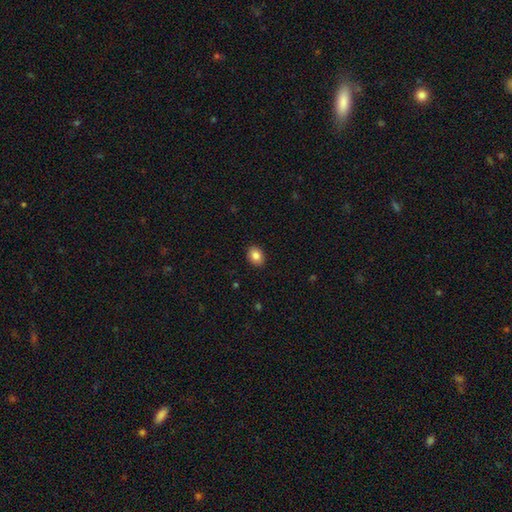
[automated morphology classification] This is clearly a smooth galaxy (85%). How rounded: likely in between (69%). Merging: clearly none (90%).